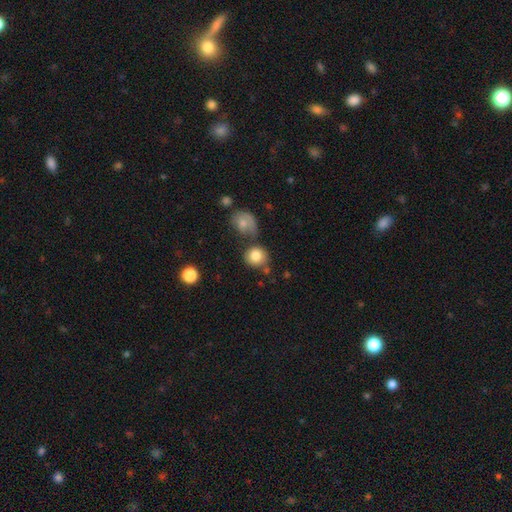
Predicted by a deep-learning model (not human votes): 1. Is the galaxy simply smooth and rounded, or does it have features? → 82% smooth, 9% featured or disk, 9% star or artifact.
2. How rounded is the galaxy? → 80% round, 19% in between, 1% cigar-shaped.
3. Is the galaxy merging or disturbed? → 57% none, 20% merger, 17% minor disturbance, 7% major disturbance.